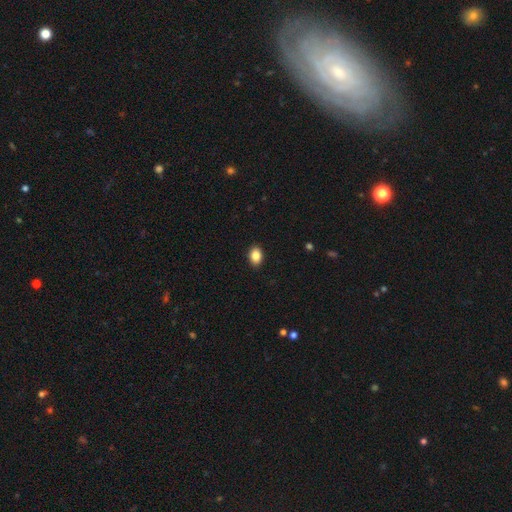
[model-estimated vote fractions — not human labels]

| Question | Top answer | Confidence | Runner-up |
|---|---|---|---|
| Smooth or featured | smooth | 87% | star or artifact (9%) |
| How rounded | in between | 78% | round (21%) |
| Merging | none | 90% | minor disturbance (7%) |